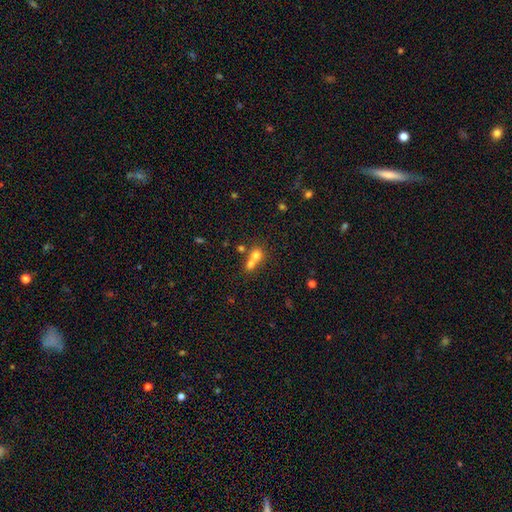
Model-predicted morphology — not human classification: A smooth galaxy with no disk features (71%) that is round (74%).

Vote fractions:
- Smooth or featured? smooth: 71% / featured or disk: 15% / star or artifact: 14%
- How rounded? round: 74% / in between: 24% / cigar-shaped: 2%
- Merging? merger: 65% / none: 27% / minor disturbance: 5% / major disturbance: 3%